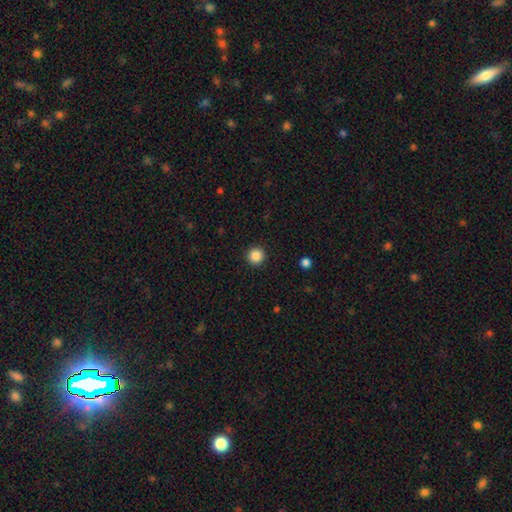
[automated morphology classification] This is clearly a smooth galaxy (86%). How rounded: clearly round (96%). Merging: clearly none (93%).